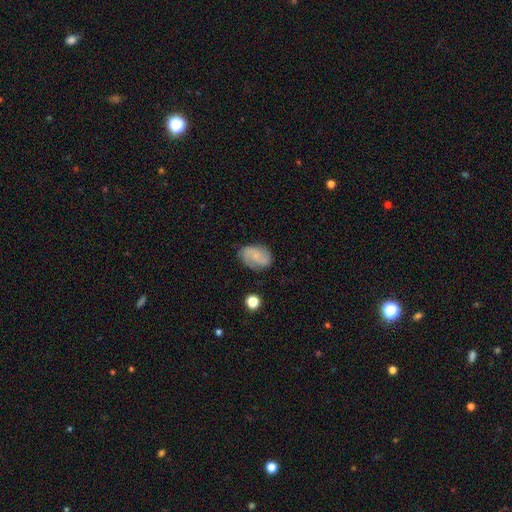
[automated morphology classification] featured or disk 54%, smooth 38%, star or artifact 8%. Down the decision tree: edge-on disk — no (97%); bar — no (61%); spiral arms — yes (90%); bulge size — small (55%); merging — none (76%).